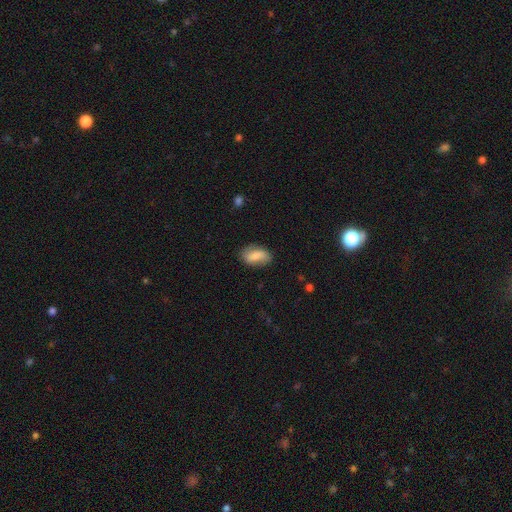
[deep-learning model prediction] Smooth or featured? Predicted: smooth (p=0.69). How rounded? Predicted: in between (p=0.90). Merging? Predicted: none (p=0.72).